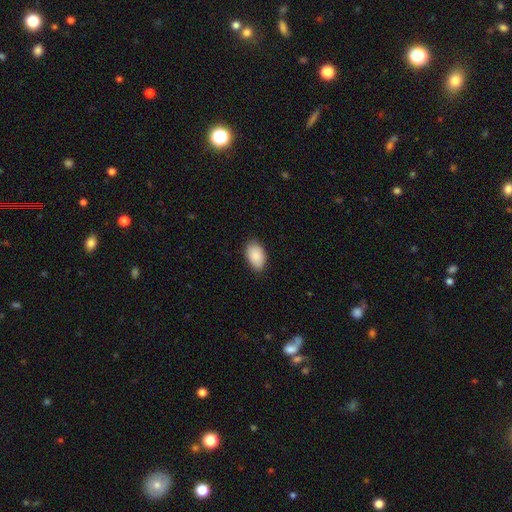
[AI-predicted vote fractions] smooth-or-featured: smooth: 89% | star or artifact: 6% | featured or disk: 5%
  how-rounded: in between: 92% | round: 7% | cigar-shaped: 1%
  merging: none: 82% | minor disturbance: 15% | major disturbance: 2% | merger: 1%